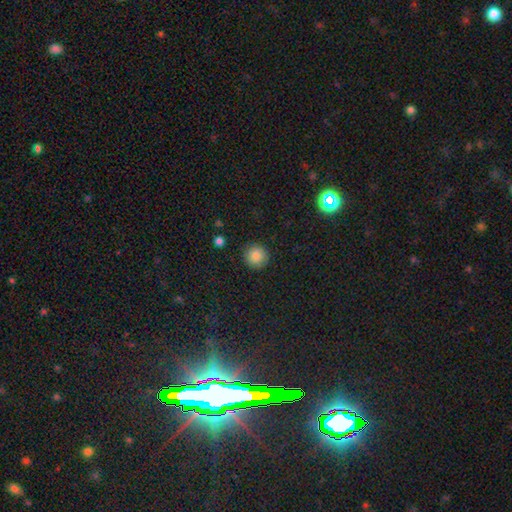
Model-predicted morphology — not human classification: smooth_or_featured: smooth (p=0.85) [alt: star or artifact p=0.10]
how_rounded: round (p=0.95) [alt: in between p=0.04]
merging: none (p=0.92) [alt: minor disturbance p=0.06]